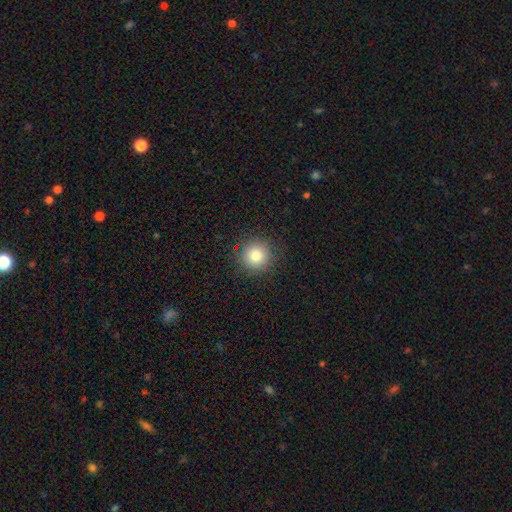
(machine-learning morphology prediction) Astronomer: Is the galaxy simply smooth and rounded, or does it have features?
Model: smooth — 81%.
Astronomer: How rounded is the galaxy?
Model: round — 94%.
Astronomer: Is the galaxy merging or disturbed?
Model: none — 89%.